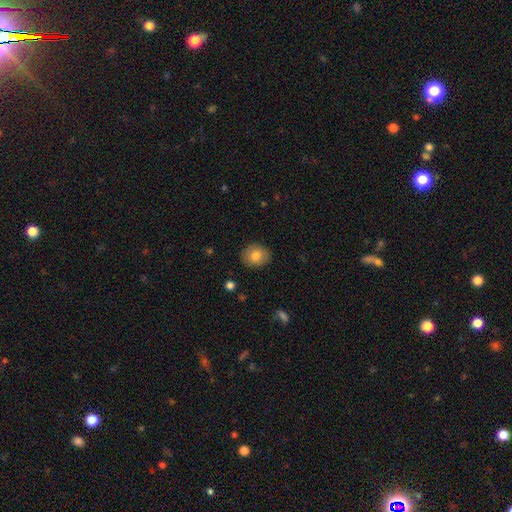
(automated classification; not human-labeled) smooth-or-featured: smooth: 80% | featured or disk: 12% | star or artifact: 8%
  how-rounded: round: 67% | in between: 32% | cigar-shaped: 1%
  merging: none: 88% | minor disturbance: 9% | major disturbance: 2% | merger: 1%